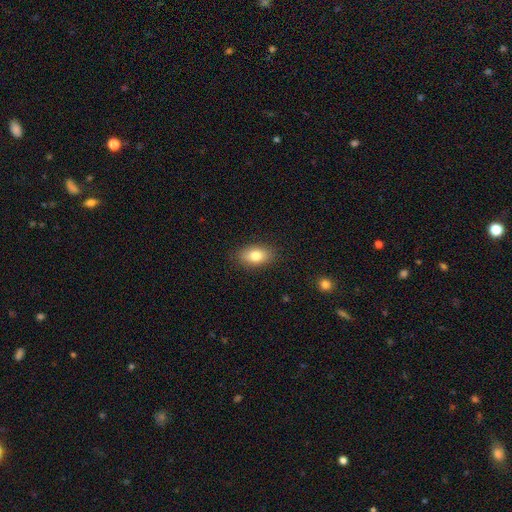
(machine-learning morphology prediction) This is likely a smooth galaxy (80%). How rounded: clearly in between (89%). Merging: clearly none (87%).